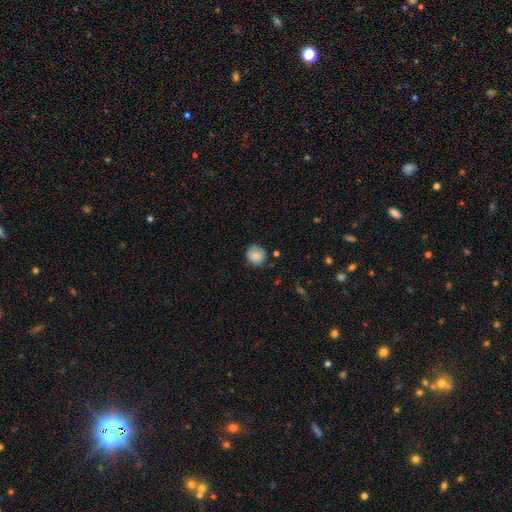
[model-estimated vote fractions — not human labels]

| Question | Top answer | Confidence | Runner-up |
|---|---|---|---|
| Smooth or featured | smooth | 85% | star or artifact (8%) |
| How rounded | round | 82% | in between (17%) |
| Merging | none | 72% | minor disturbance (22%) |